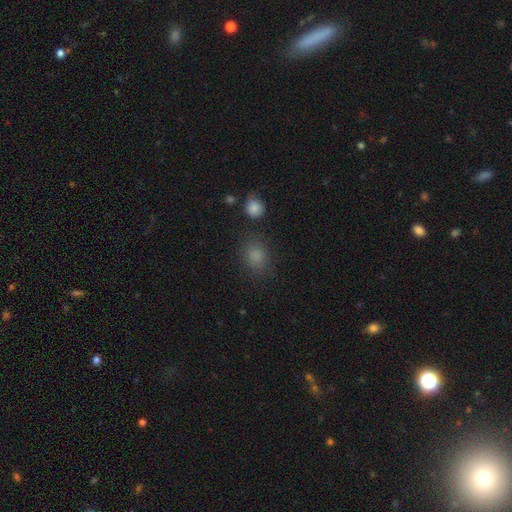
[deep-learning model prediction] Overall: smooth (81%). How rounded: round (50%; in between 49%). Merging: none (77%).